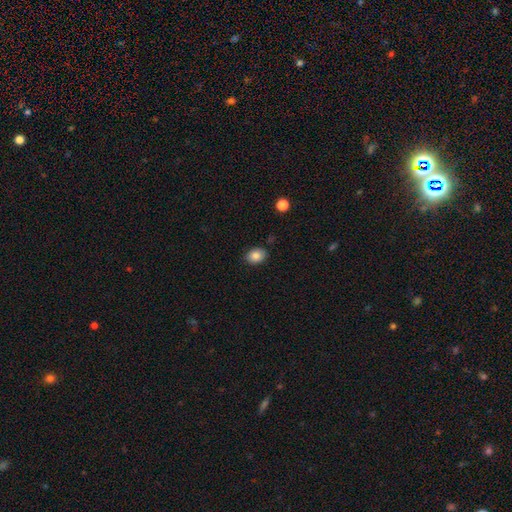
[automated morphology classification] A smooth galaxy with no disk features (84%) that is in between round and cigar-shaped (67%). Merging: none (86%).